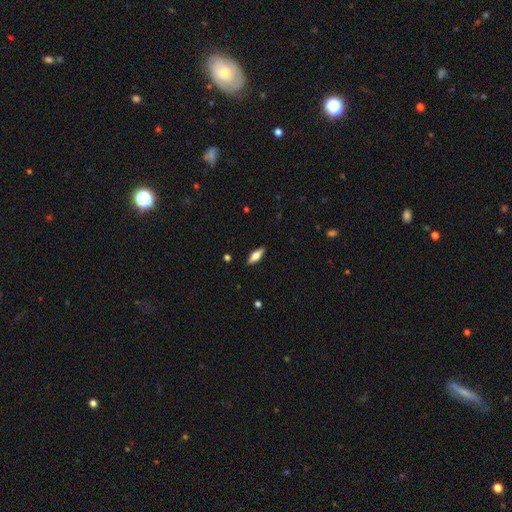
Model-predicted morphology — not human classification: A smooth galaxy with no disk features (61%) that is in between round and cigar-shaped (63%).

Vote fractions:
- Smooth or featured? smooth: 61% / featured or disk: 33% / star or artifact: 7%
- How rounded? in between: 63% / cigar-shaped: 34% / round: 2%
- Merging? none: 89% / minor disturbance: 8% / major disturbance: 2% / merger: 1%